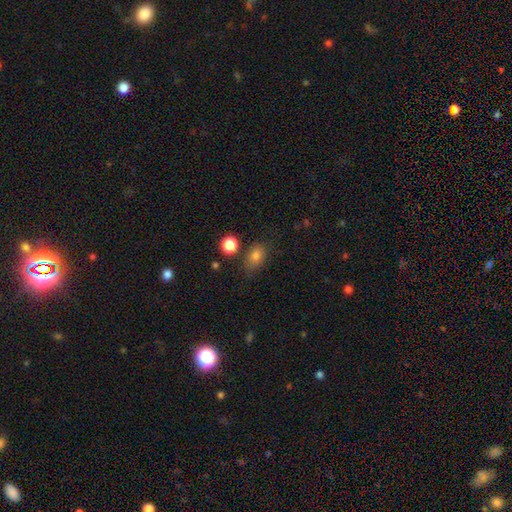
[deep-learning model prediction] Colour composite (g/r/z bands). It shows a smooth galaxy with no disk features (80%) that is in between round and cigar-shaped (72%). Merging: none (70%).